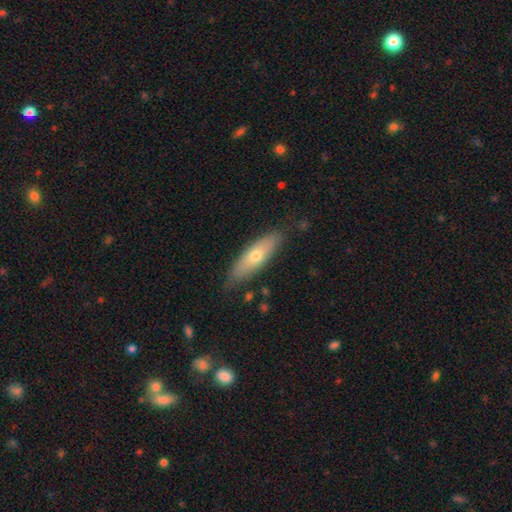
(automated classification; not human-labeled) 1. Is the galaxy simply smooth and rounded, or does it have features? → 61% smooth, 33% featured or disk, 6% star or artifact.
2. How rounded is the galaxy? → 54% cigar-shaped, 44% in between, 2% round.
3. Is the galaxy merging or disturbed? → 81% none, 14% minor disturbance, 3% major disturbance, 1% merger.